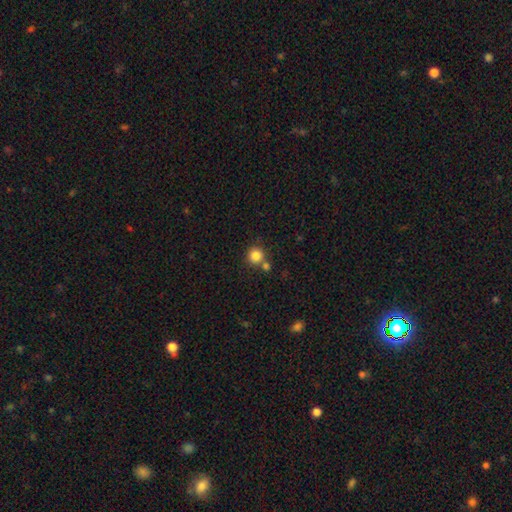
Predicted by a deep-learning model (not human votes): smooth 83%, star or artifact 11%, featured or disk 6%. Down the decision tree: how rounded — round (93%); merging — none (68%).